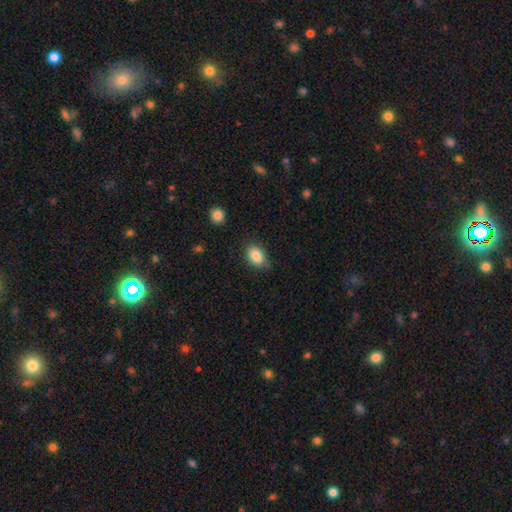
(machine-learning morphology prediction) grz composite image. It shows a smooth galaxy with no disk features (85%) that is in between round and cigar-shaped (77%). Merging: none (73%).